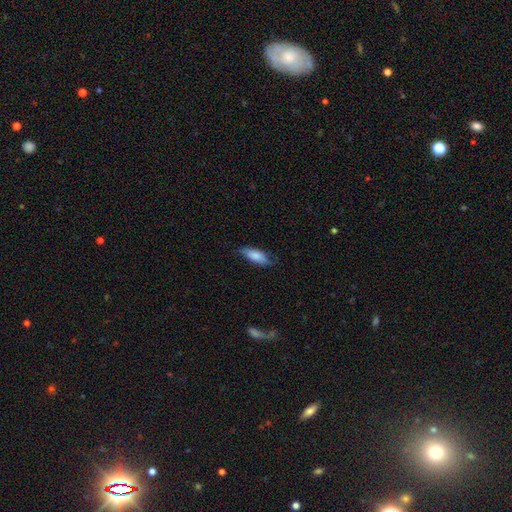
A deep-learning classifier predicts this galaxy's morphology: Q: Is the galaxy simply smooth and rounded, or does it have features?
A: smooth — 77%.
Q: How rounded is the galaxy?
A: in between — 71%.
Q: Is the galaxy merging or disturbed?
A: none — 67%.